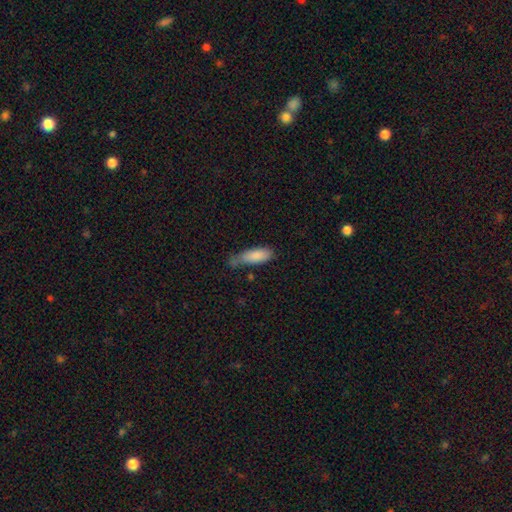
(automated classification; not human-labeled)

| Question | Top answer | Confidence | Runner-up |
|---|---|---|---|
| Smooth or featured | smooth | 86% | featured or disk (7%) |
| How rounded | in between | 66% | cigar-shaped (32%) |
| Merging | none | 49% | minor disturbance (35%) |